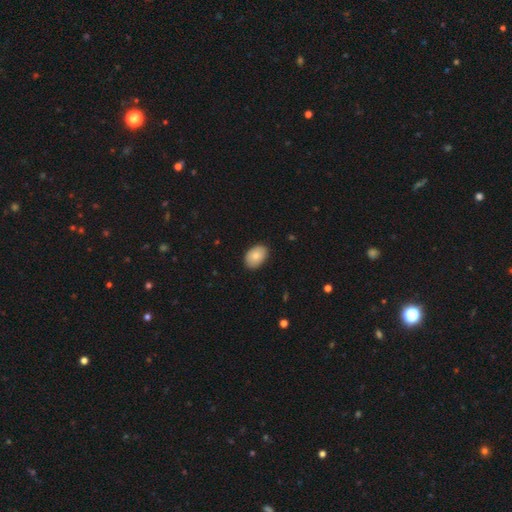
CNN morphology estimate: Smooth or featured: smooth — 81% (featured or disk — 12%)
How rounded: in between — 87% (round — 12%)
Merging: none — 87% (minor disturbance — 10%)